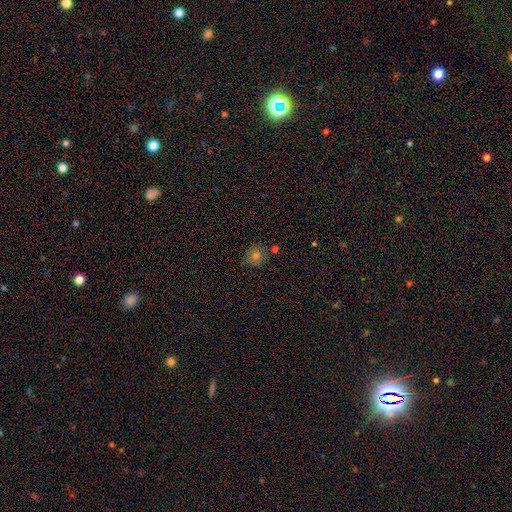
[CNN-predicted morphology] smooth_or_featured: smooth (p=0.73) [alt: star or artifact p=0.15]
how_rounded: round (p=0.88) [alt: in between p=0.11]
merging: none (p=0.76) [alt: minor disturbance p=0.13]